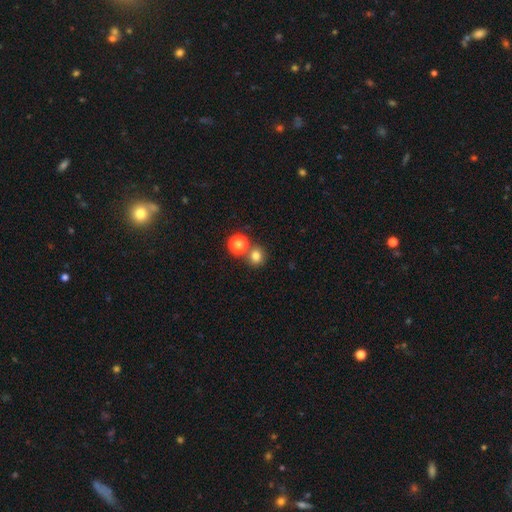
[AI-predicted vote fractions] The model was most divided on "merging": none: 66%, merger: 23%, minor disturbance: 8%, major disturbance: 3%. More confident: how rounded — round (84%); smooth or featured — smooth (79%).